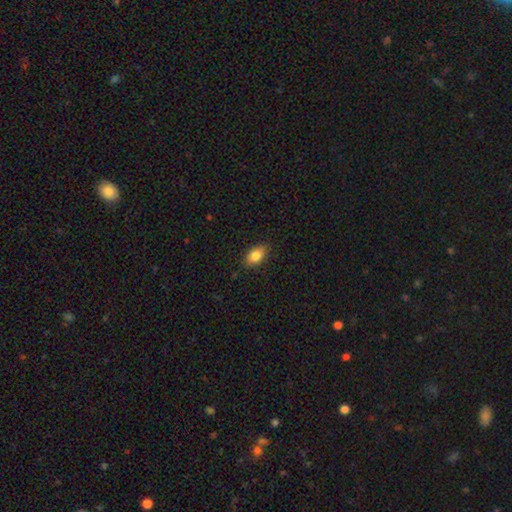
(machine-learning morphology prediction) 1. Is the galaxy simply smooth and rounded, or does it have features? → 84% smooth, 8% star or artifact, 8% featured or disk.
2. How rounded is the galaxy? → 87% in between, 10% round, 3% cigar-shaped.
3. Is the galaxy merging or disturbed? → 85% none, 11% minor disturbance, 2% major disturbance, 1% merger.